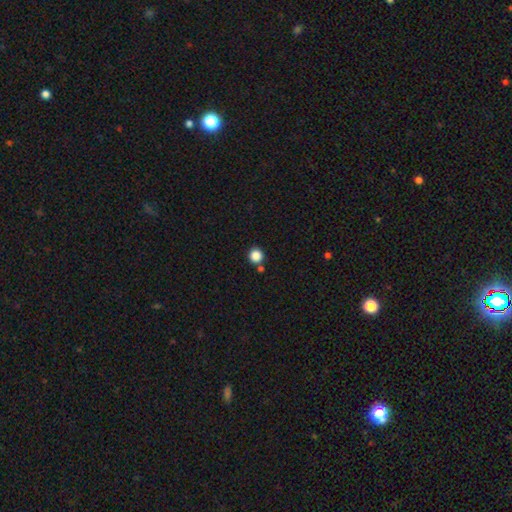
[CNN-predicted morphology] Smooth or featured? smooth (86%)
How rounded? round (94%)
Merging? none (82%)